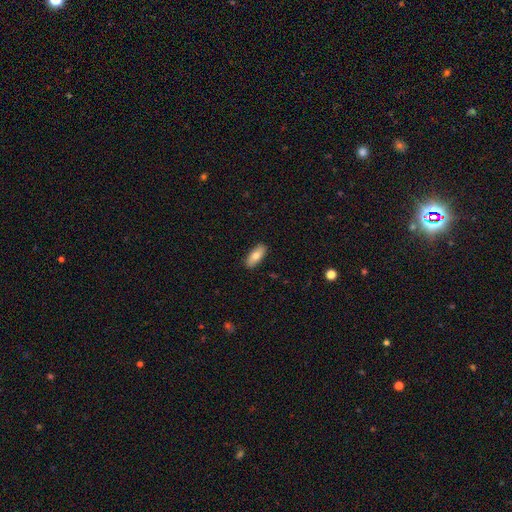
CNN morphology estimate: Smooth or featured? Predicted: smooth (p=0.76). How rounded? Predicted: in between (p=0.79). Merging? Predicted: none (p=0.90).